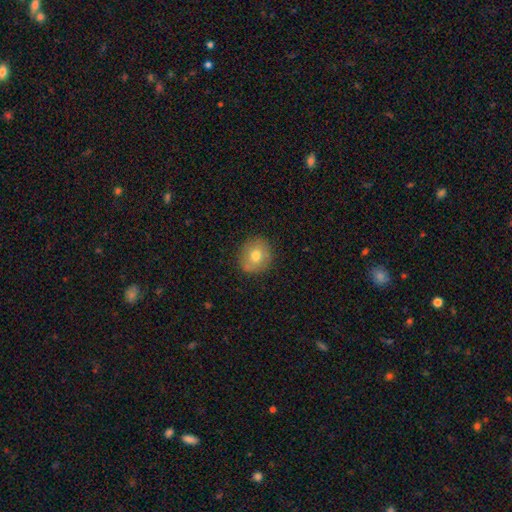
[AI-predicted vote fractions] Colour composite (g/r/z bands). It shows a smooth galaxy with no disk features (72%) that is round (86%). Merging: none (85%).